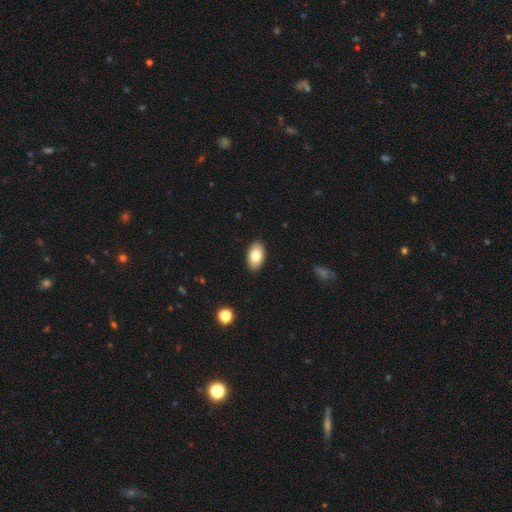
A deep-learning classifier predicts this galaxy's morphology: Smooth or featured? smooth (81%)
How rounded? in between (94%)
Merging? none (89%)